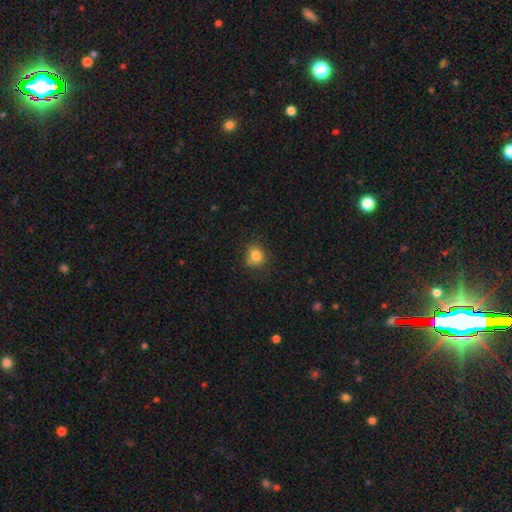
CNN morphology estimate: A smooth galaxy with no disk features (82%) that is round (75%).

Vote fractions:
- Smooth or featured? smooth: 82% / star or artifact: 11% / featured or disk: 6%
- How rounded? round: 75% / in between: 24% / cigar-shaped: 1%
- Merging? none: 74% / minor disturbance: 19% / major disturbance: 4% / merger: 3%